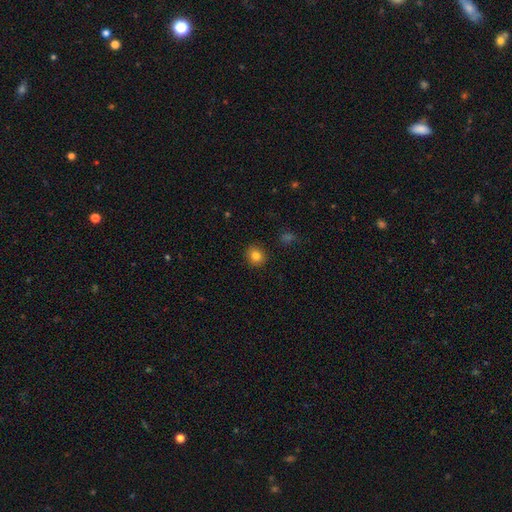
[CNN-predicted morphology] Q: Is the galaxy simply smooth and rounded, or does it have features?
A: smooth — 83%.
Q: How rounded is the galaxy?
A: round — 82%.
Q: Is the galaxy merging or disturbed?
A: none — 91%.